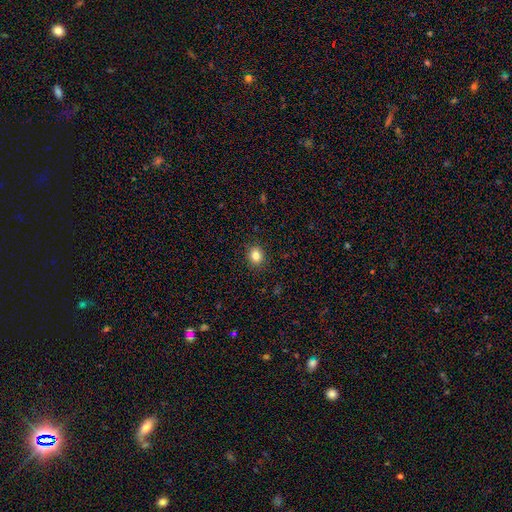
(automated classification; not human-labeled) smooth_or_featured: smooth (p=0.83) [alt: star or artifact p=0.11]
how_rounded: round (p=0.68) [alt: in between p=0.31]
merging: none (p=0.90) [alt: minor disturbance p=0.07]